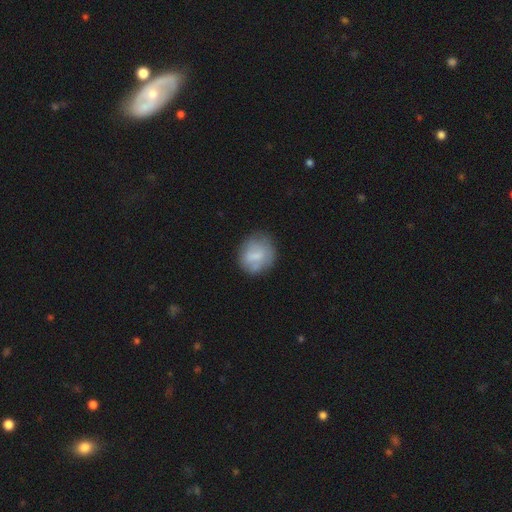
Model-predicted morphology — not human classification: type=smooth (68%); roundness=round (74%); merging=none (67%).